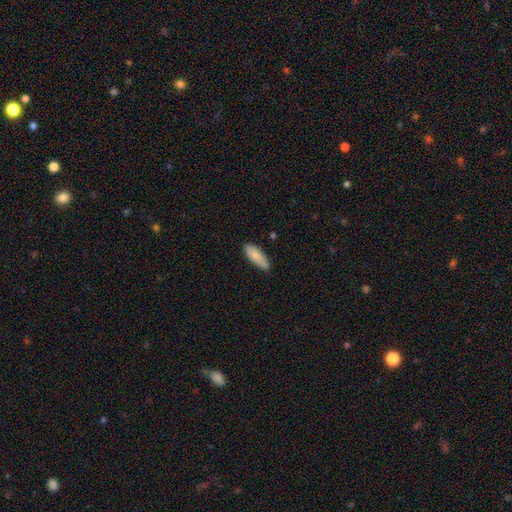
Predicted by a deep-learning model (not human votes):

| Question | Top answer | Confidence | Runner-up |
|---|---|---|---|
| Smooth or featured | smooth | 85% | featured or disk (9%) |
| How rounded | in between | 67% | cigar-shaped (31%) |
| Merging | none | 75% | minor disturbance (20%) |